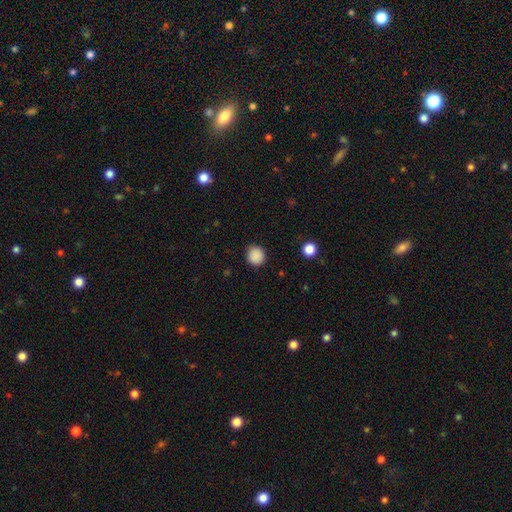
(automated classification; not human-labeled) This is clearly a smooth galaxy (88%). How rounded: clearly round (89%). Merging: clearly none (88%).